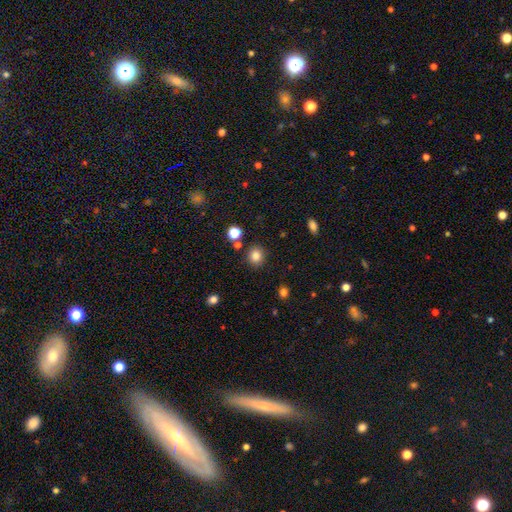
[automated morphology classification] The model was most divided on "smooth or featured": smooth: 83%, star or artifact: 12%, featured or disk: 5%. More confident: merging — none (87%); how rounded — round (87%).